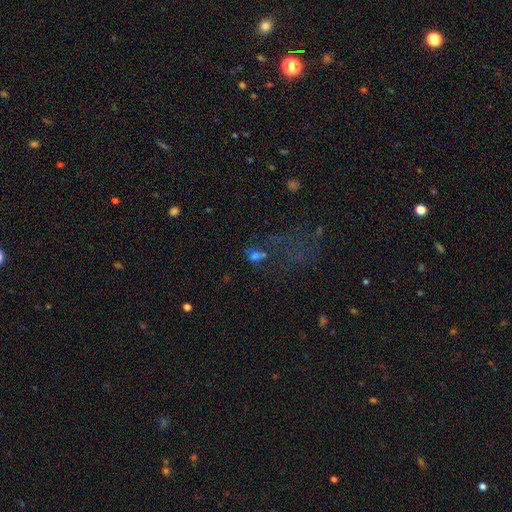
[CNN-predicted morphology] This appears to be a smooth galaxy with no disk features (46%). Merging: none (33%).